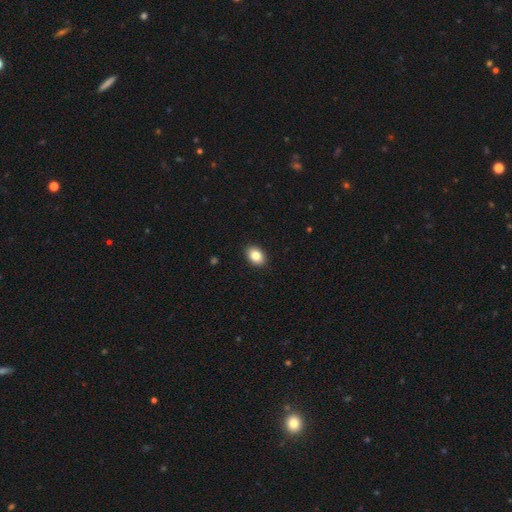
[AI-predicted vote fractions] Q: Smooth or featured?
A: smooth (85%); runner-up: star or artifact (8%)
Q: How rounded?
A: in between (80%); runner-up: round (19%)
Q: Merging?
A: none (90%); runner-up: minor disturbance (7%)